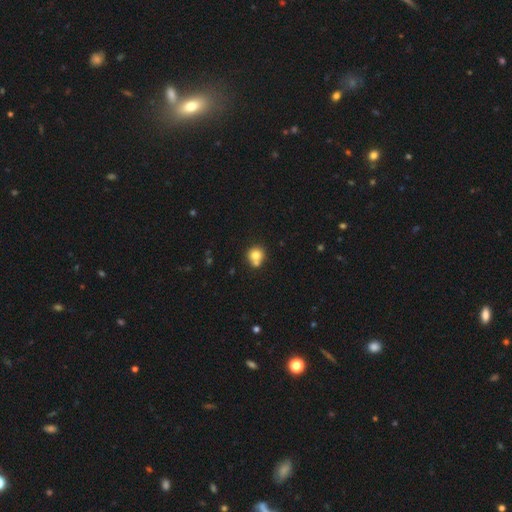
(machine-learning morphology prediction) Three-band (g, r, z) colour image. It shows a smooth galaxy with no disk features (77%) that is round (86%). Merging: none (51%).